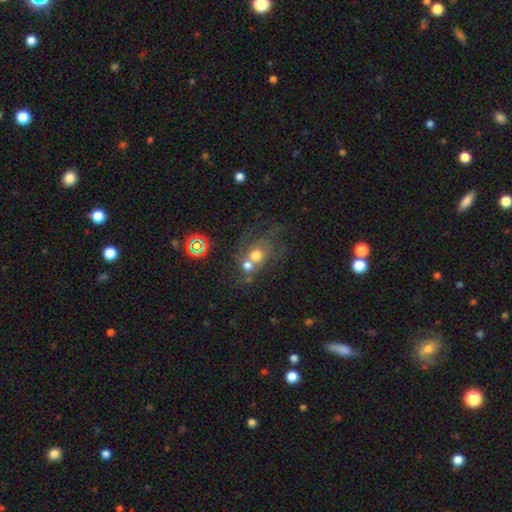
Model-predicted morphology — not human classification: A smooth galaxy with no disk features (51%) that is round (69%).

Vote fractions:
- Smooth or featured? smooth: 51% / featured or disk: 31% / star or artifact: 18%
- How rounded? round: 69% / in between: 30% / cigar-shaped: 2%
- Merging? merger: 50% / none: 29% / minor disturbance: 10% / major disturbance: 10%